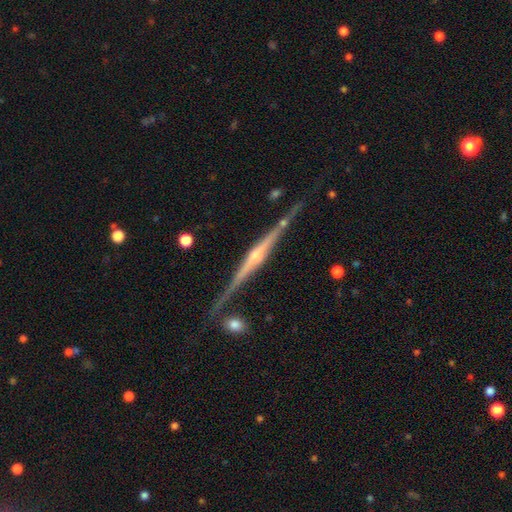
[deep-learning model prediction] featured or disk 87%, smooth 7%, star or artifact 6%. Down the decision tree: edge-on disk — yes (98%); edge-on bulge — rounded (85%); merging — none (84%).